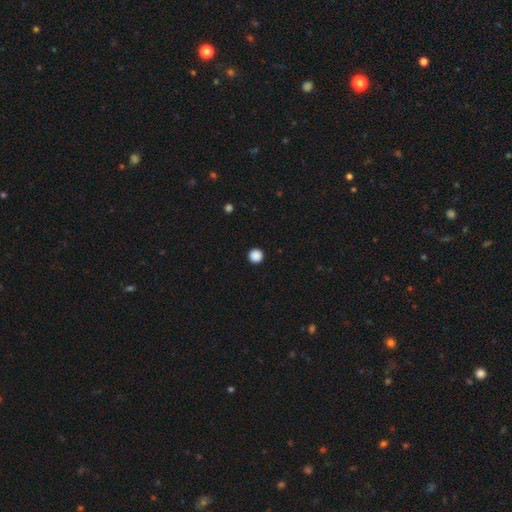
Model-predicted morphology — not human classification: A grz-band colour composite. It shows a smooth galaxy with no disk features (88%) that is round (97%). Merging: none (94%).